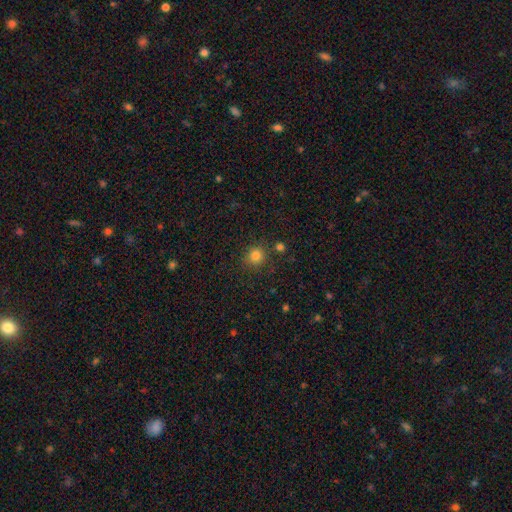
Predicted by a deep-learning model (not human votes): A smooth galaxy with no disk features (82%) that is round (88%). Merging: none (83%).